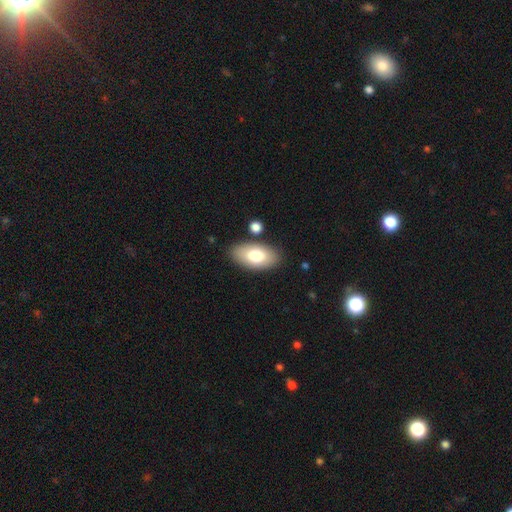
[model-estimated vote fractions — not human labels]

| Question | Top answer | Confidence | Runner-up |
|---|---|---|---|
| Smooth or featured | smooth | 77% | featured or disk (17%) |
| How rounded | in between | 94% | round (3%) |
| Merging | none | 83% | minor disturbance (10%) |